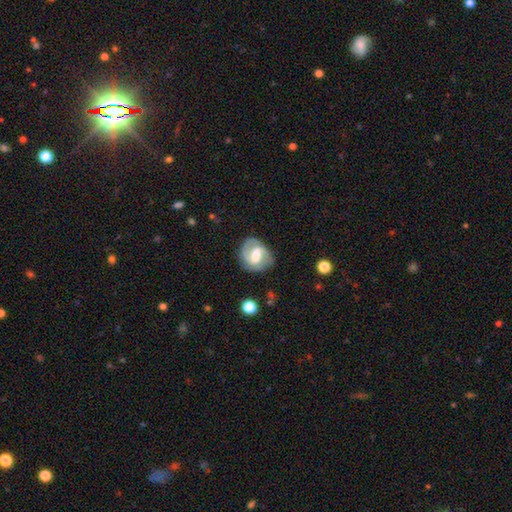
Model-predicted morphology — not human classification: featured or disk 78%, smooth 16%, star or artifact 6%. Down the decision tree: edge-on disk — no (98%); bar — weak (53%); spiral arms — yes (94%); spiral arm count — 2 (78%); spiral winding — medium (50%); bulge size — moderate (47%); merging — none (74%).